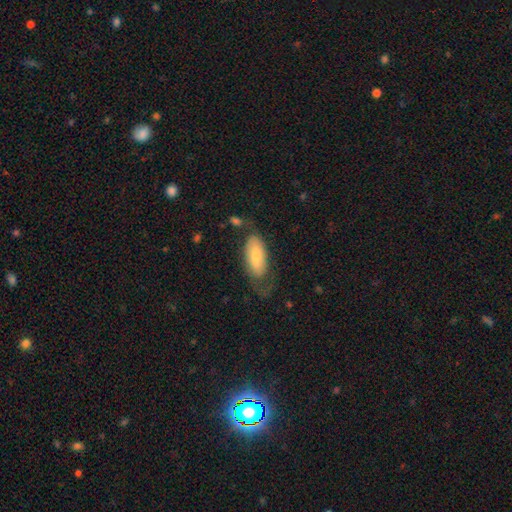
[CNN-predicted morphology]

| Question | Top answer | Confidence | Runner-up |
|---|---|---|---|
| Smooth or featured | smooth | 63% | featured or disk (30%) |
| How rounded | in between | 86% | cigar-shaped (12%) |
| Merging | none | 44% | minor disturbance (28%) |